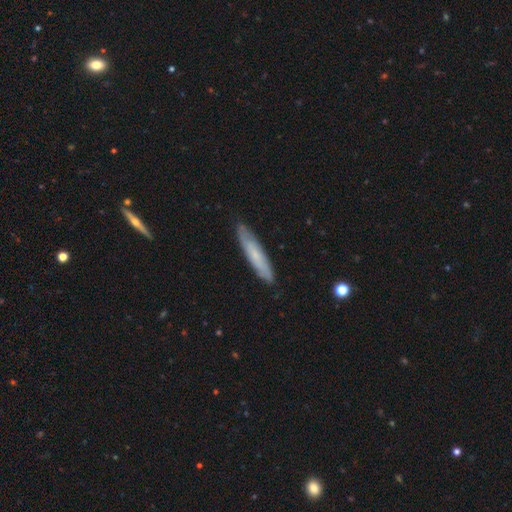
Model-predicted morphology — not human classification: Smooth or featured? smooth (56%)
How rounded? cigar-shaped (88%)
Merging? none (85%)